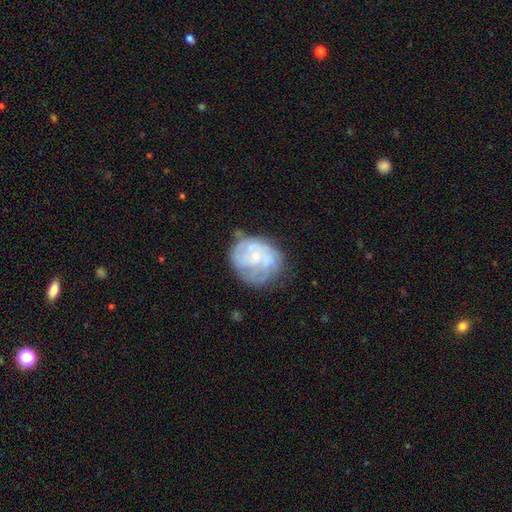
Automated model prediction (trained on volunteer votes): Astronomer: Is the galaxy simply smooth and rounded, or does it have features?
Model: featured or disk — 64%.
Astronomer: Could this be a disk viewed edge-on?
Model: no — 98%.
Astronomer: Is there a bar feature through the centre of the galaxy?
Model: no — 76%.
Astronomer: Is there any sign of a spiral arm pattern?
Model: yes — 74%.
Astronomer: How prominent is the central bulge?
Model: small — 71%.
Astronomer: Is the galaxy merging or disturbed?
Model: none — 60%.